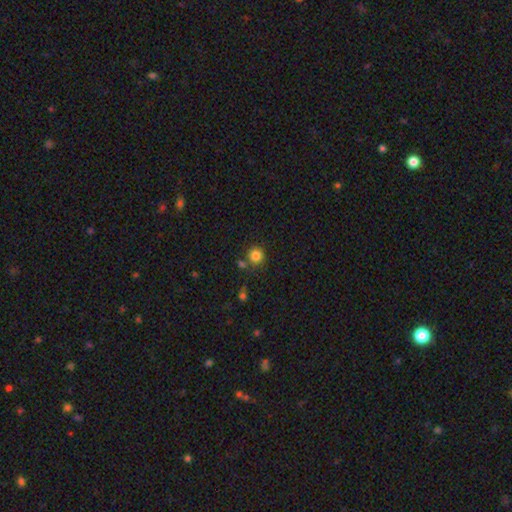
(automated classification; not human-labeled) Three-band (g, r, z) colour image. It shows a smooth galaxy with no disk features (83%) that is round (92%). Merging: none (76%).